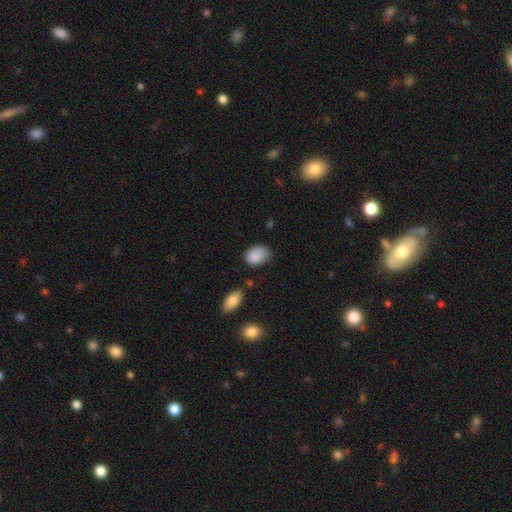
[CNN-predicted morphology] The model was most divided on "merging": none: 65%, minor disturbance: 26%, major disturbance: 5%, merger: 4%. More confident: smooth or featured — smooth (88%); how rounded — in between (79%).